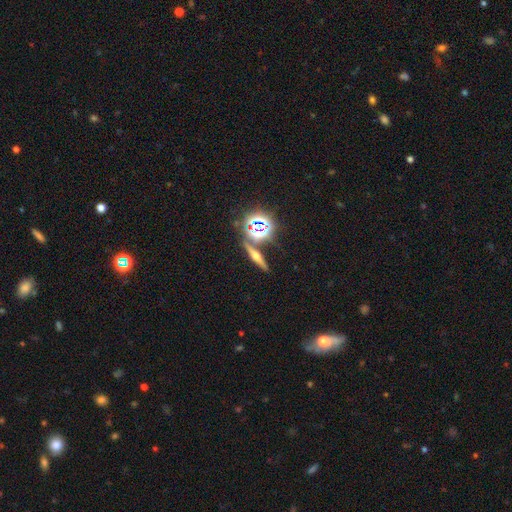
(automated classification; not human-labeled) Overall: featured or disk (57%; star or artifact 22%). Edge-on disk: yes (92%). Edge-on bulge: rounded (93%). Merging: none (82%).